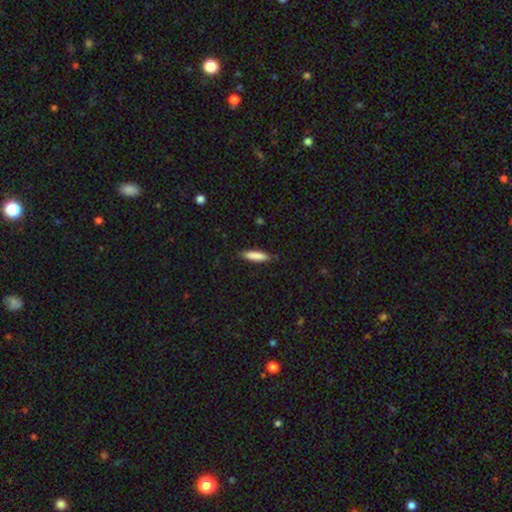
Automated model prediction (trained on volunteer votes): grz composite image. It shows a smooth galaxy with no disk features (85%) that is cigar-shaped (70%). Merging: none (84%).